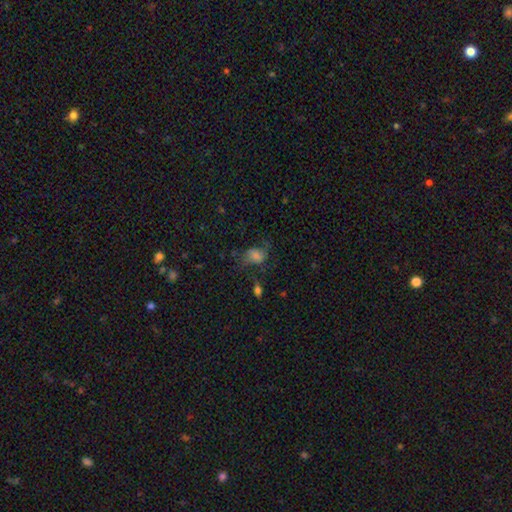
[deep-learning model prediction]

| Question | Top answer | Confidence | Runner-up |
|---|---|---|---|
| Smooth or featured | smooth | 56% | featured or disk (28%) |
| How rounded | in between | 59% | round (39%) |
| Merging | none | 47% | major disturbance (25%) |